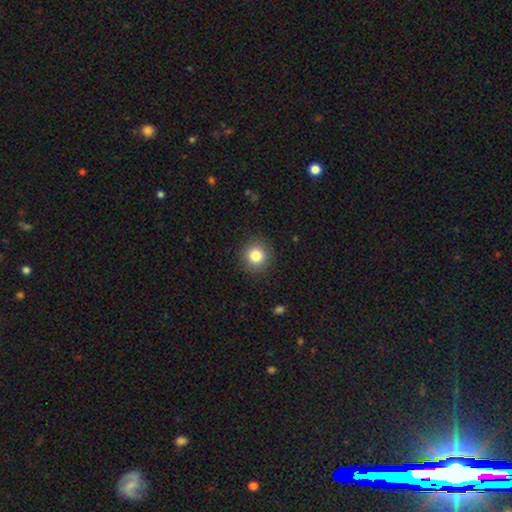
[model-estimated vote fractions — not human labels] Q: Smooth or featured?
A: smooth (84%); runner-up: star or artifact (10%)
Q: How rounded?
A: round (94%); runner-up: in between (6%)
Q: Merging?
A: none (90%); runner-up: minor disturbance (7%)